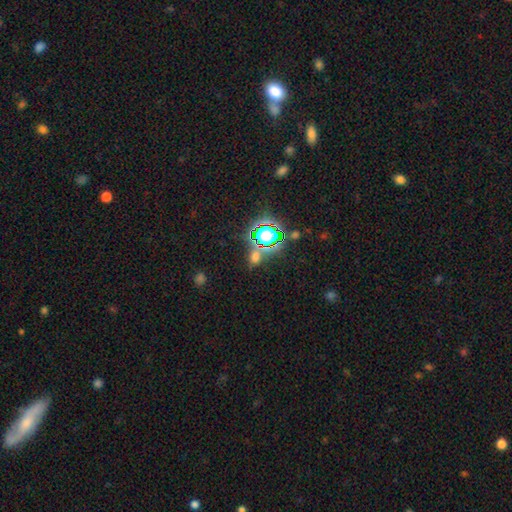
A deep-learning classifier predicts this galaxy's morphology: Smooth or featured? Predicted: star or artifact (p=0.53).